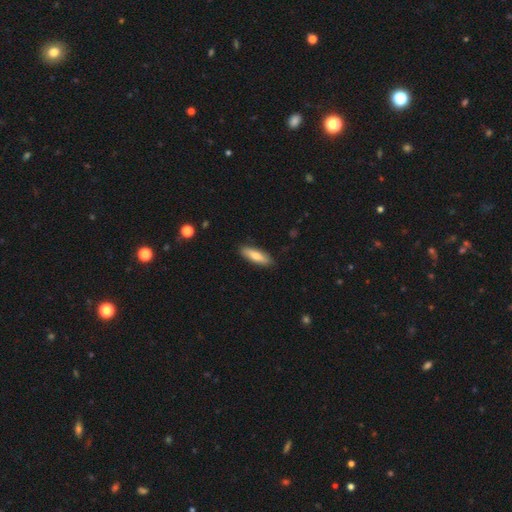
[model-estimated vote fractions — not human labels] The model was most divided on "how rounded": cigar-shaped: 50%, in between: 48%, round: 2%. More confident: merging — none (87%); smooth or featured — smooth (72%).